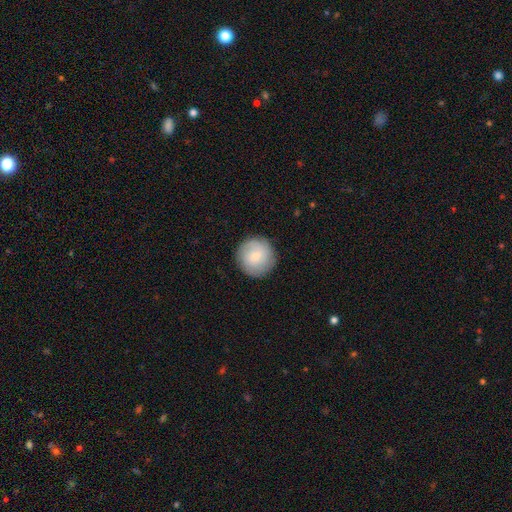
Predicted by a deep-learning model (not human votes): This is likely a smooth galaxy (70%). How rounded: clearly round (95%). Merging: clearly none (89%).